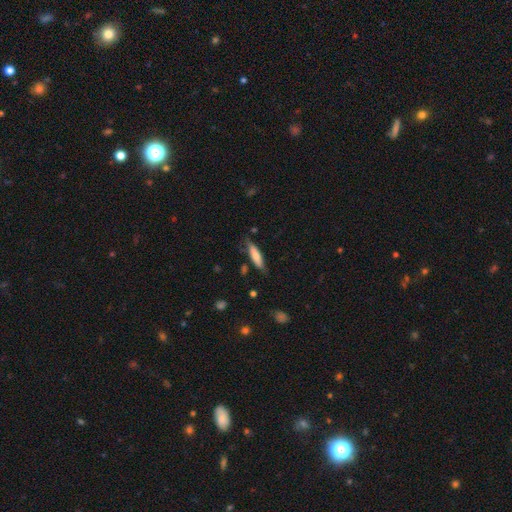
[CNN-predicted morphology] smooth-or-featured: smooth: 69% | featured or disk: 26% | star or artifact: 6%
  how-rounded: cigar-shaped: 74% | in between: 24% | round: 2%
  merging: none: 72% | minor disturbance: 21% | major disturbance: 5% | merger: 2%